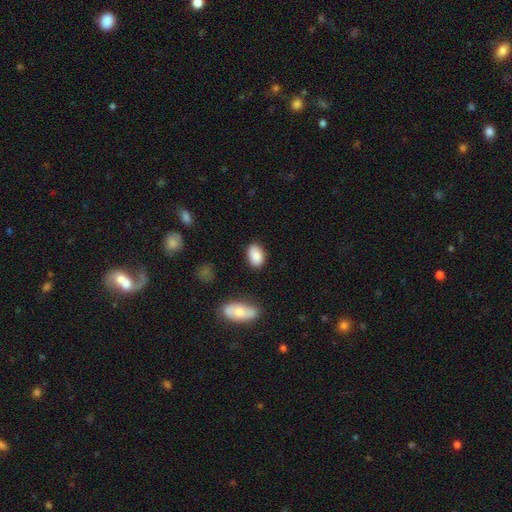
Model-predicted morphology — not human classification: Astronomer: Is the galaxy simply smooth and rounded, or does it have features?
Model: smooth — 88%.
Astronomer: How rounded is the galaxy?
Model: in between — 88%.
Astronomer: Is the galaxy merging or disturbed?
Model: none — 82%.